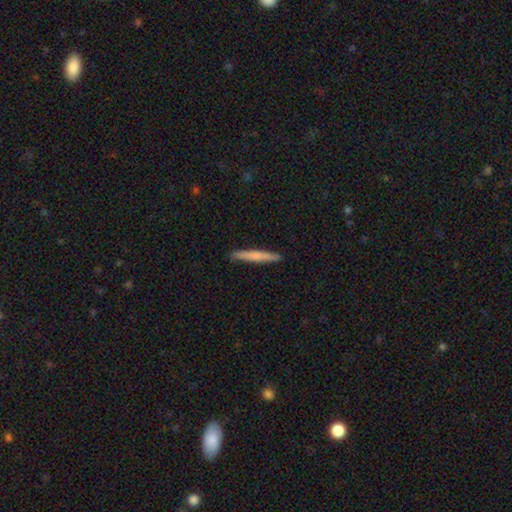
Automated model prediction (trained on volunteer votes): The model was most divided on "smooth or featured": smooth: 63%, featured or disk: 32%, star or artifact: 5%. More confident: how rounded — cigar-shaped (96%); merging — none (92%).